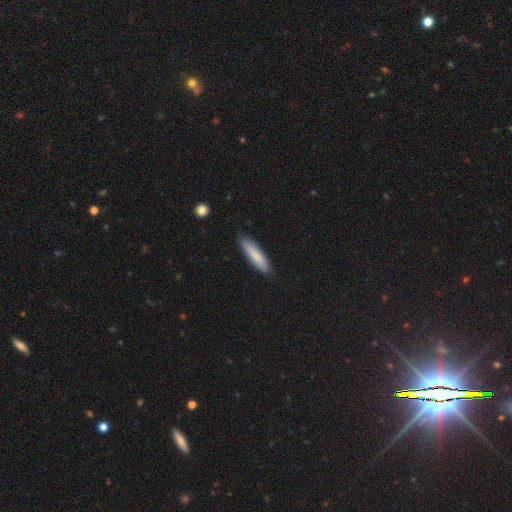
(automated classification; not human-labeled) Overall: smooth (80%). How rounded: cigar-shaped (70%). Merging: none (84%).